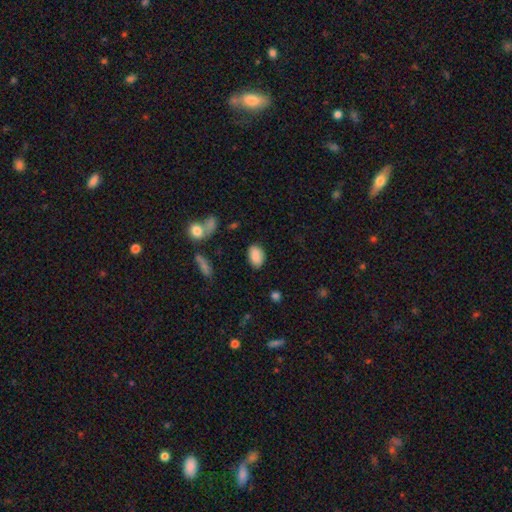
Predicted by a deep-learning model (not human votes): Smooth or featured?
  - smooth: 86% *
  - star or artifact: 8%
  - featured or disk: 6%
How rounded?
  - in between: 89% *
  - round: 9%
  - cigar-shaped: 1%
Merging?
  - none: 80% *
  - minor disturbance: 14%
  - major disturbance: 3%
  - merger: 2%